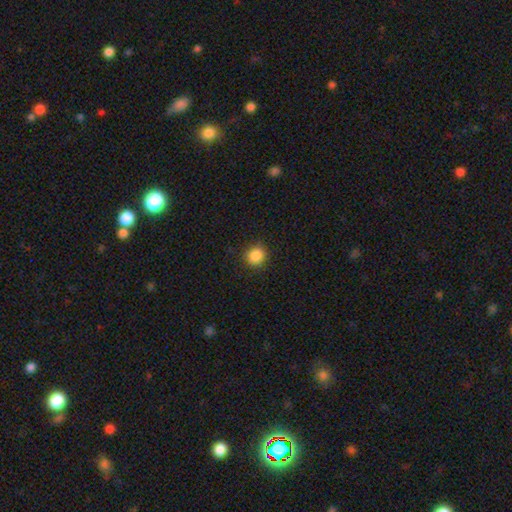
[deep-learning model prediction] Overall: smooth (86%). How rounded: round (86%). Merging: none (88%).